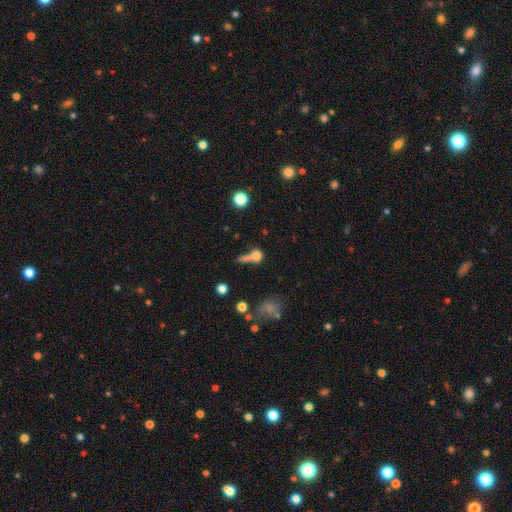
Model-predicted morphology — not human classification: Q: Smooth or featured?
A: smooth (68%); runner-up: featured or disk (17%)
Q: How rounded?
A: round (49%); runner-up: in between (32%)
Q: Merging?
A: merger (41%); runner-up: none (33%)